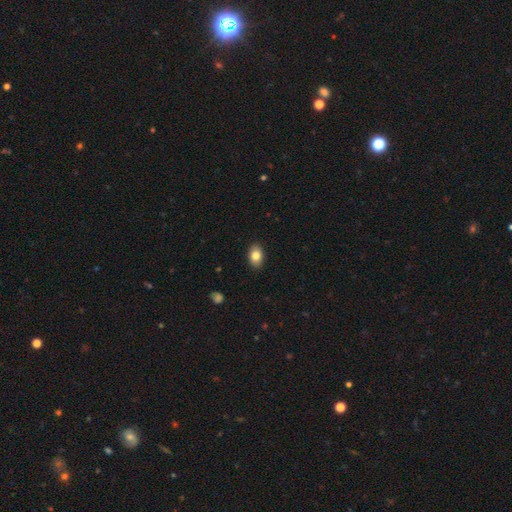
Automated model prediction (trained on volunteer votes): Smooth or featured?
  - smooth: 83% *
  - featured or disk: 9%
  - star or artifact: 8%
How rounded?
  - in between: 85% *
  - round: 14%
  - cigar-shaped: 1%
Merging?
  - none: 89% *
  - minor disturbance: 8%
  - major disturbance: 2%
  - merger: 1%